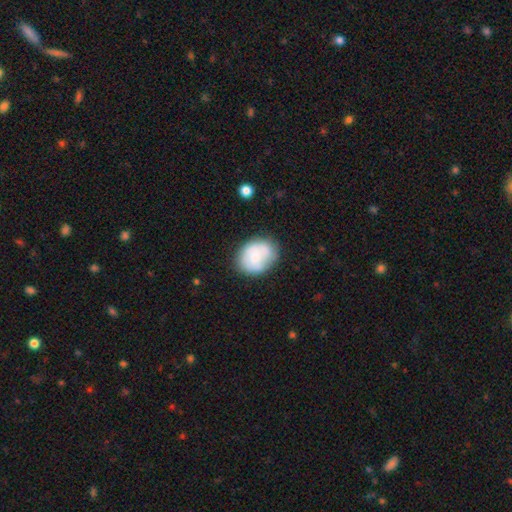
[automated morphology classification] Smooth or featured? Predicted: smooth (p=0.65). How rounded? Predicted: in between (p=0.54). Merging? Predicted: none (p=0.62).